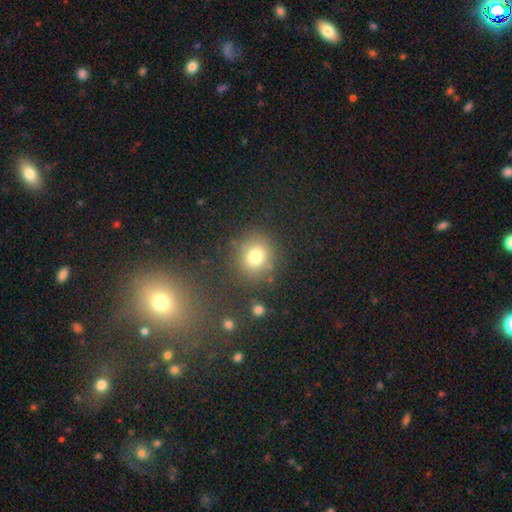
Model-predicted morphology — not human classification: smooth 77%, star or artifact 15%, featured or disk 8%. Down the decision tree: how rounded — round (80%); merging — none (80%).